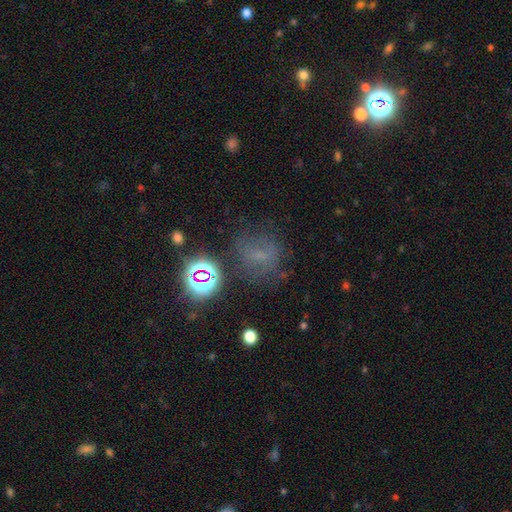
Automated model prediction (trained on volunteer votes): This is marginally a smooth galaxy (41%). Merging: likely none (61%).